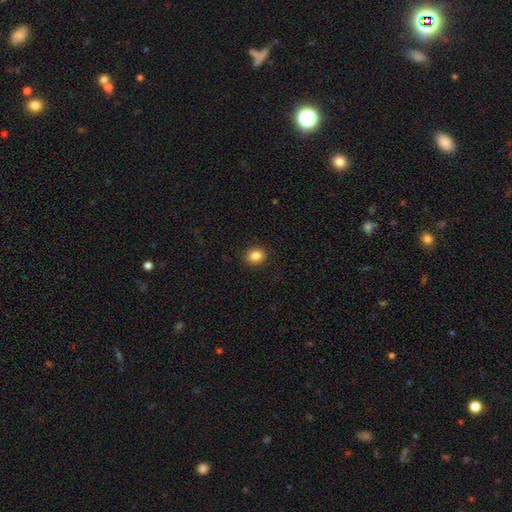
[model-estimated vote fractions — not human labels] smooth-or-featured: smooth: 85% | star or artifact: 10% | featured or disk: 5%
  how-rounded: round: 61% | in between: 38% | cigar-shaped: 1%
  merging: none: 90% | minor disturbance: 7% | major disturbance: 2% | merger: 1%